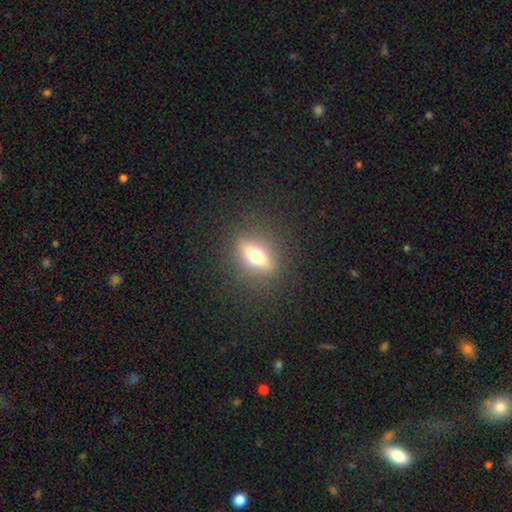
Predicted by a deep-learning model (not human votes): The model was most divided on "smooth or featured": smooth: 55%, featured or disk: 31%, star or artifact: 14%. More confident: merging — none (86%); how rounded — in between (59%).